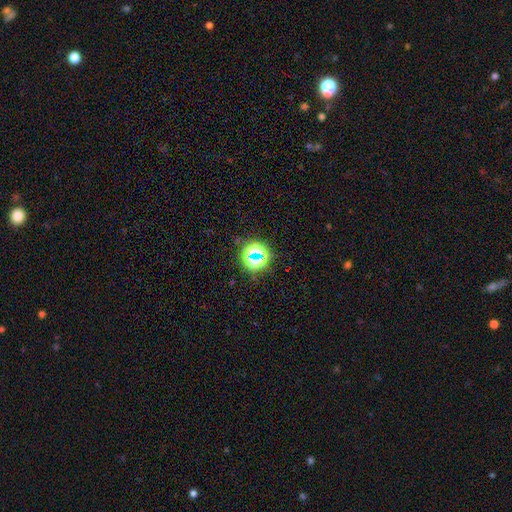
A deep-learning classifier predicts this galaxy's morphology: Q: Smooth or featured?
A: star or artifact (65%); runner-up: smooth (25%)